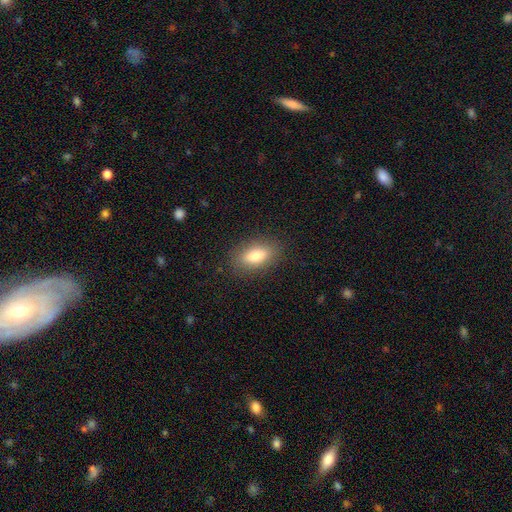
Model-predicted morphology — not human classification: This appears to be a smooth galaxy with no disk features (78%) that is in between round and cigar-shaped (83%). Merging: none (87%).